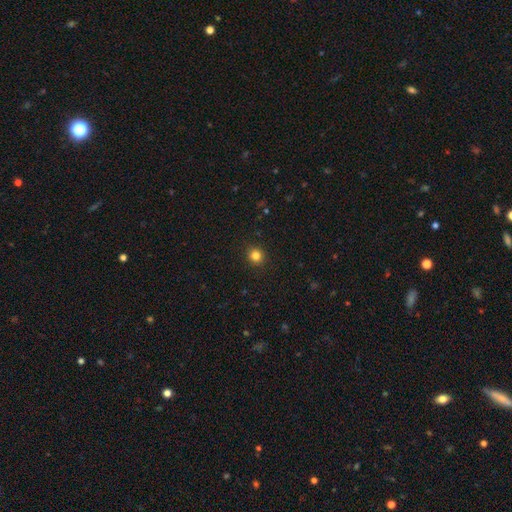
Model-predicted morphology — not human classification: Smooth or featured: smooth — 83% (star or artifact — 13%)
How rounded: round — 92% (in between — 7%)
Merging: none — 92% (minor disturbance — 5%)